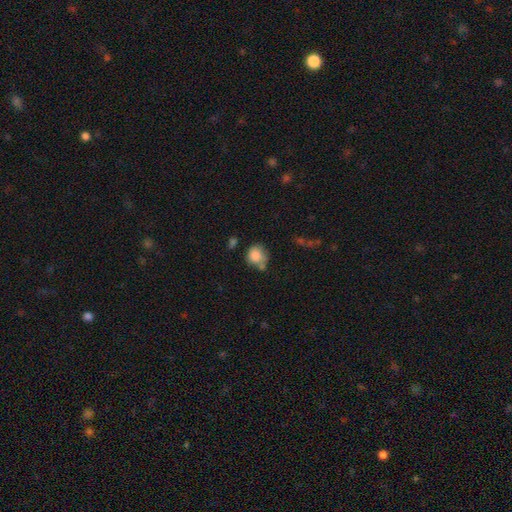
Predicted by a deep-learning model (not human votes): smooth_or_featured: smooth (p=0.83) [alt: star or artifact p=0.09]
how_rounded: round (p=0.74) [alt: in between p=0.25]
merging: none (p=0.48) [alt: minor disturbance p=0.24]